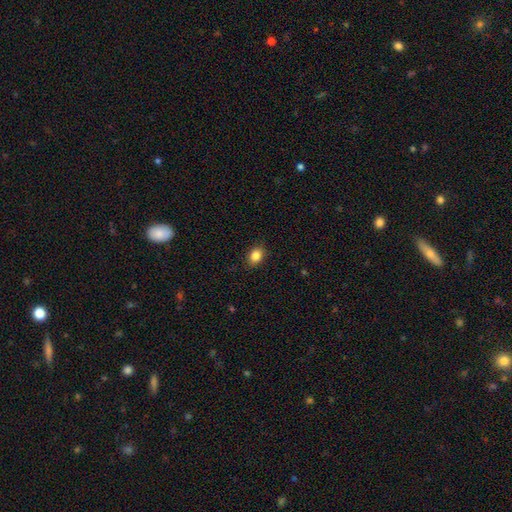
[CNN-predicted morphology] This is clearly a smooth galaxy (86%). How rounded: likely in between (65%). Merging: clearly none (88%).